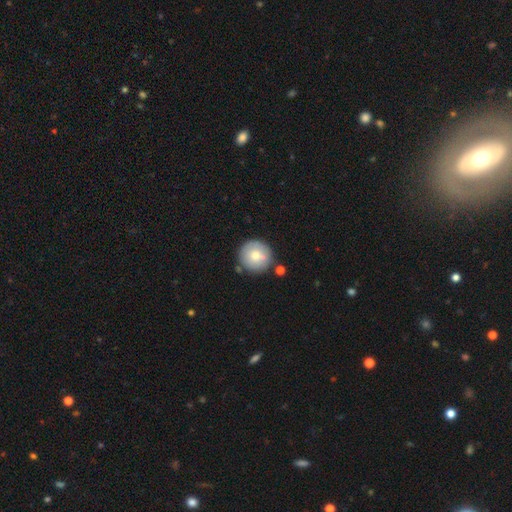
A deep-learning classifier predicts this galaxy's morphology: A smooth galaxy with no disk features (73%) that is round (95%).

Vote fractions:
- Smooth or featured? smooth: 73% / featured or disk: 20% / star or artifact: 7%
- How rounded? round: 95% / in between: 4% / cigar-shaped: 1%
- Merging? none: 77% / minor disturbance: 12% / merger: 8% / major disturbance: 3%